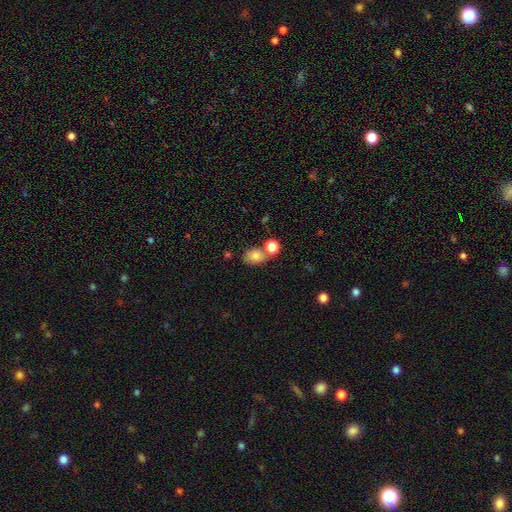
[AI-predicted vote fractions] Q: Smooth or featured?
A: smooth (81%); runner-up: star or artifact (11%)
Q: How rounded?
A: in between (69%); runner-up: round (30%)
Q: Merging?
A: none (62%); runner-up: merger (21%)